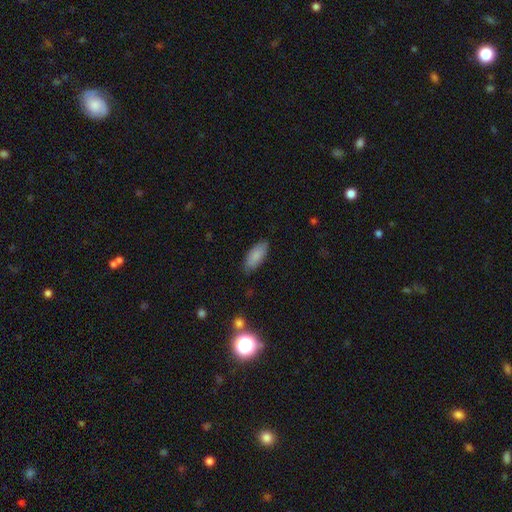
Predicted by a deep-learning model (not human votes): Morphology: type=smooth (86%); roundness=in between (84%); merging=none (83%).